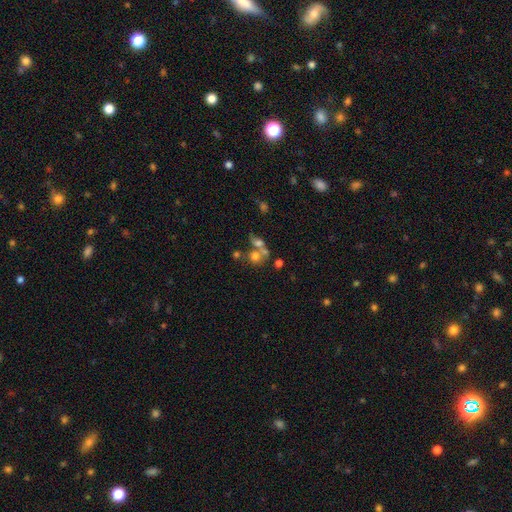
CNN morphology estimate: type=smooth (62%); roundness=round (73%); merging=merger (51%).